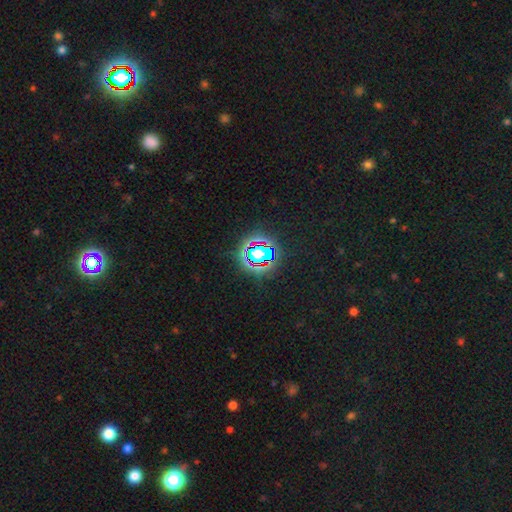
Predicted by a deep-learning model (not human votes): A star or artifact, not a galaxy (66%).